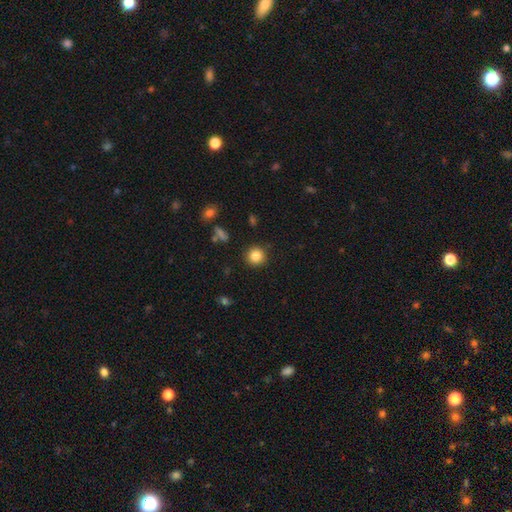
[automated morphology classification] This appears to be a smooth galaxy with no disk features (84%) that is round (93%). Merging: none (91%).